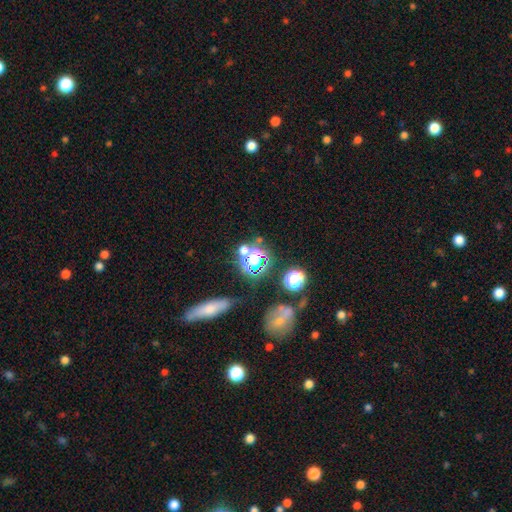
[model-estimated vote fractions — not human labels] smooth_or_featured: star or artifact (p=0.59) [alt: smooth p=0.28]